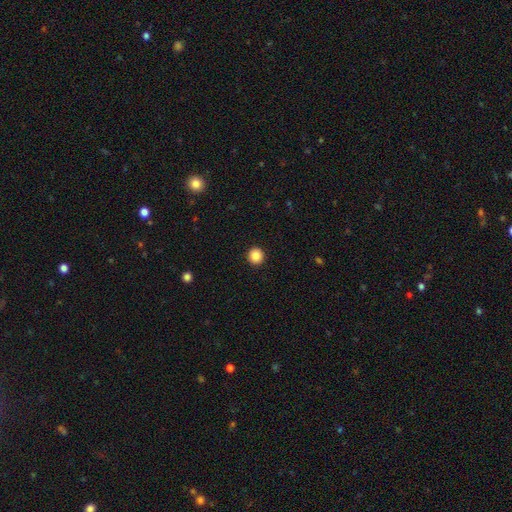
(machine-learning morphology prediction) This is clearly a smooth galaxy (87%). How rounded: clearly round (94%). Merging: clearly none (93%).